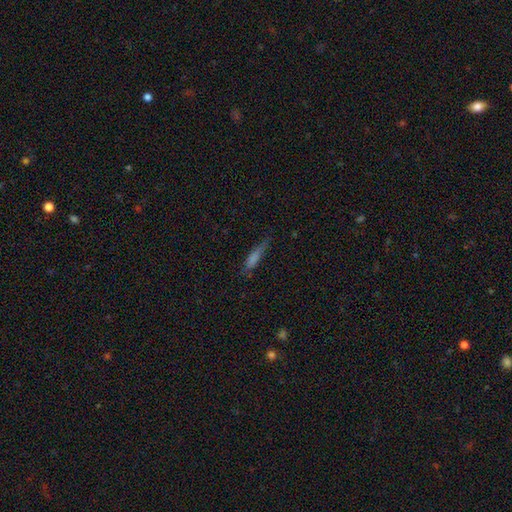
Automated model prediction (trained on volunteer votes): Q: Smooth or featured?
A: smooth (56%); runner-up: featured or disk (28%)
Q: How rounded?
A: cigar-shaped (85%); runner-up: in between (12%)
Q: Merging?
A: none (67%); runner-up: minor disturbance (23%)